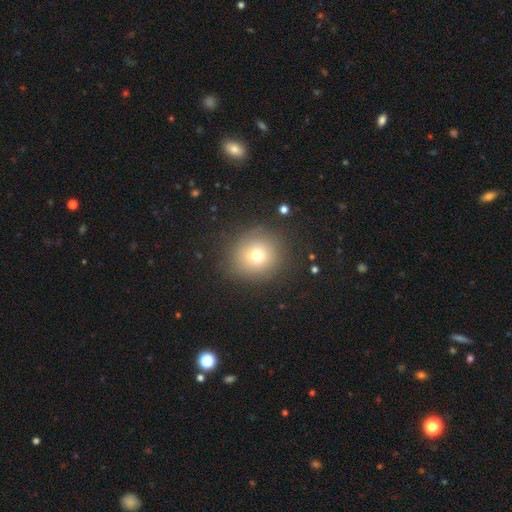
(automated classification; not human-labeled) Smooth or featured? Predicted: smooth (p=0.71). How rounded? Predicted: round (p=0.89). Merging? Predicted: none (p=0.85).